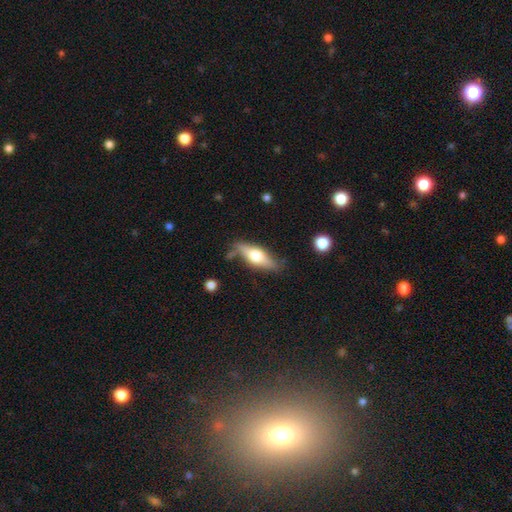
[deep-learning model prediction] A featured or disk galaxy (53%) viewed edge-on (89%). Merging: none (76%).